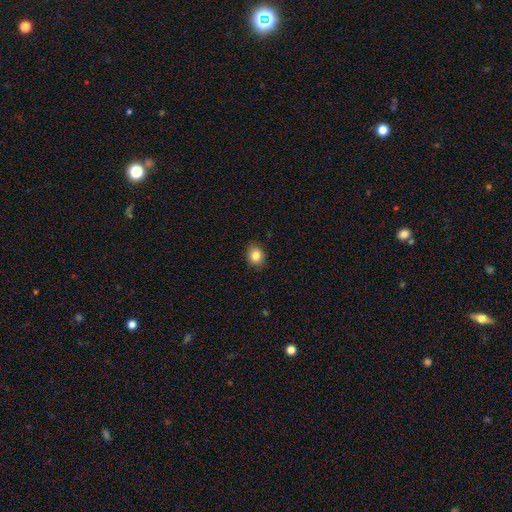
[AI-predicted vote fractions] smooth-or-featured: smooth: 84% | star or artifact: 10% | featured or disk: 6%
  how-rounded: round: 61% | in between: 38% | cigar-shaped: 1%
  merging: none: 88% | minor disturbance: 9% | major disturbance: 2% | merger: 1%